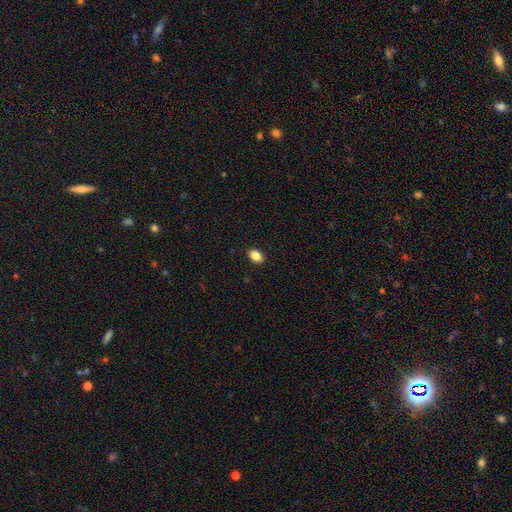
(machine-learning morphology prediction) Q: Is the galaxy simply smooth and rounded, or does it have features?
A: smooth — 86%.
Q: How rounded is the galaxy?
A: in between — 82%.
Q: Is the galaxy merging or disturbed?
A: none — 90%.